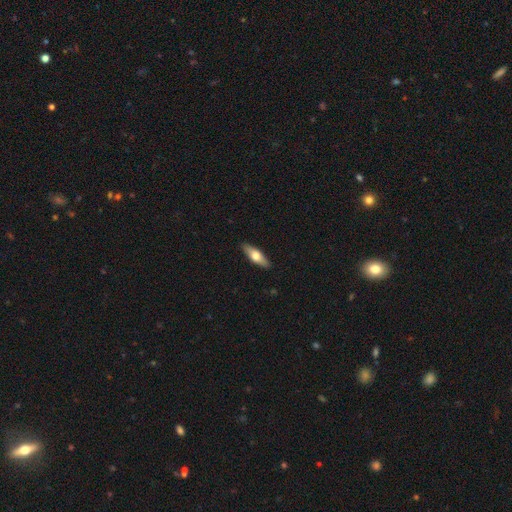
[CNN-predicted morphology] Smooth or featured?
  - smooth: 57% *
  - featured or disk: 38%
  - star or artifact: 6%
How rounded?
  - in between: 51% *
  - cigar-shaped: 46%
  - round: 3%
Merging?
  - none: 90% *
  - minor disturbance: 7%
  - major disturbance: 2%
  - merger: 1%